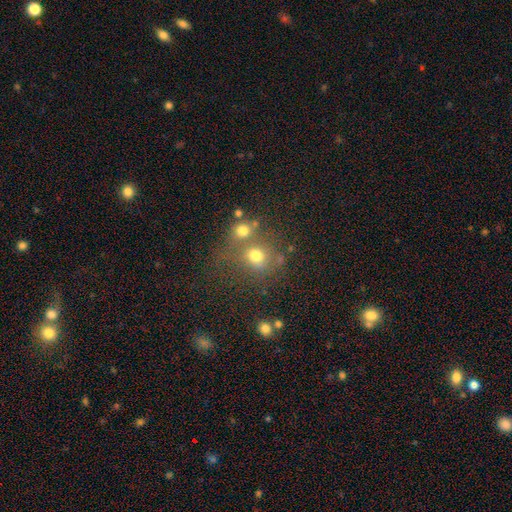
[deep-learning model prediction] This appears to be a smooth galaxy with no disk features (69%) that is round (82%). Merging: none (49%).